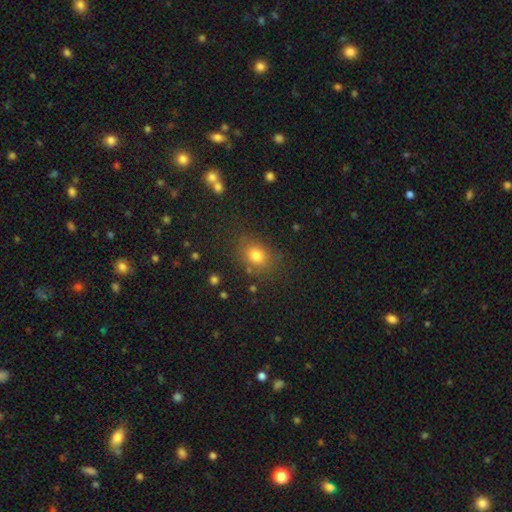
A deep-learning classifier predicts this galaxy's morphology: Smooth or featured? smooth (78%)
How rounded? round (52%)
Merging? none (79%)